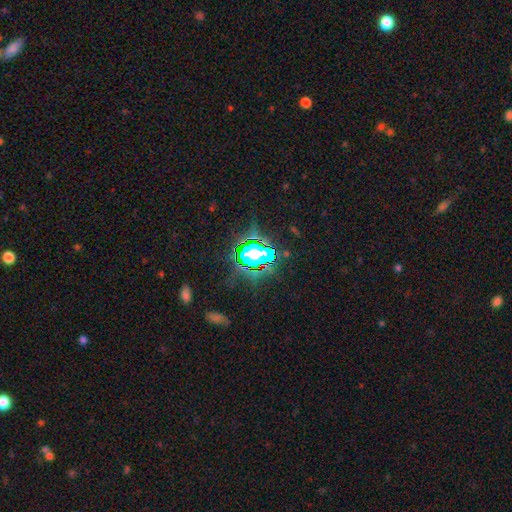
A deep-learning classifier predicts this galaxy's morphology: type=star or artifact (78%).